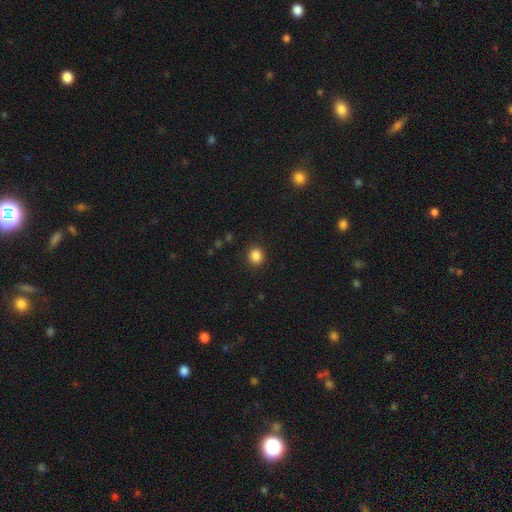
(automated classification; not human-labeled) This is clearly a smooth galaxy (86%). How rounded: likely round (79%). Merging: clearly none (90%).